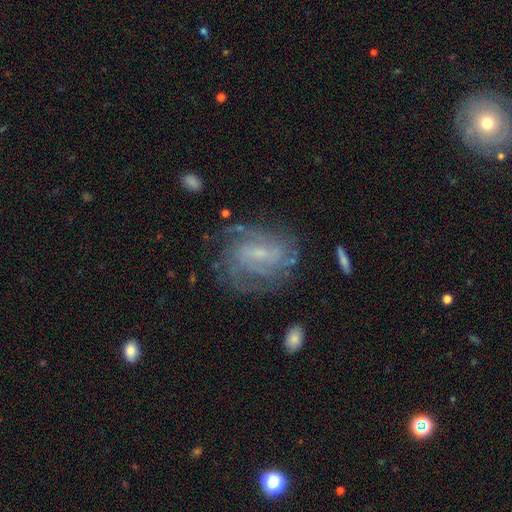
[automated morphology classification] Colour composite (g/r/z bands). It shows a featured or disk galaxy (78%) with a weak bar (52%), tight (51%) spiral arms (92%) and a small central bulge (64%). Merging: none (71%).